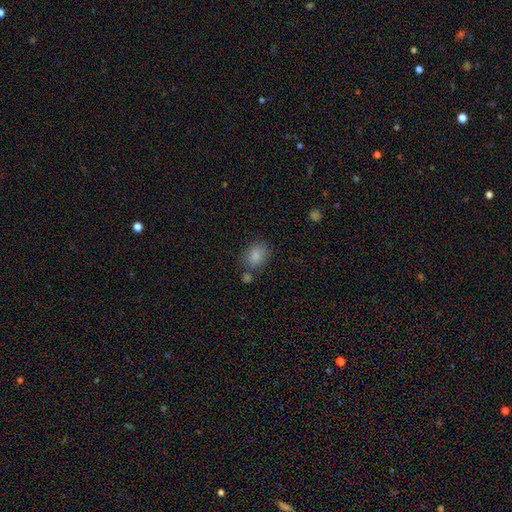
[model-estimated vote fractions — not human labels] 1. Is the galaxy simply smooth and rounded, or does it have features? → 85% smooth, 9% star or artifact, 6% featured or disk.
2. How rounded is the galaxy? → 64% in between, 35% round, 1% cigar-shaped.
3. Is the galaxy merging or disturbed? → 69% none, 15% minor disturbance, 11% merger, 4% major disturbance.